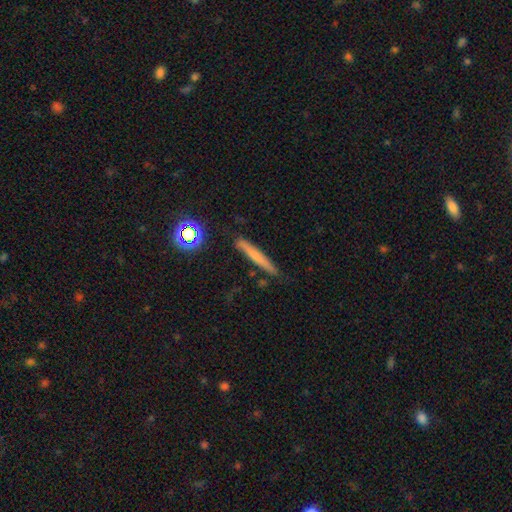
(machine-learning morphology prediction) A smooth galaxy with no disk features (57%) that is cigar-shaped (93%). Merging: none (83%).